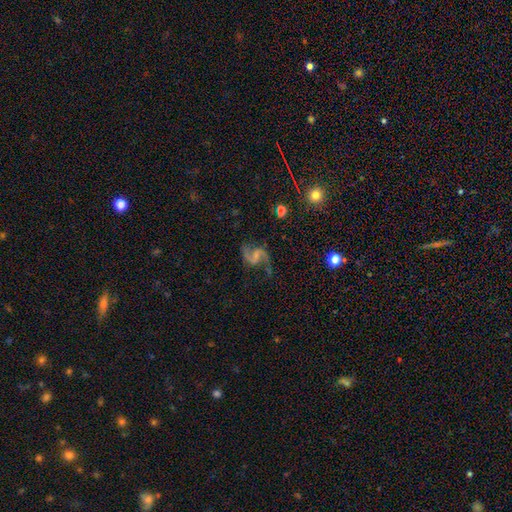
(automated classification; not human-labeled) This is clearly a featured or disk galaxy (89%). It is clearly not viewed edge-on (98%). Bar: possibly weak (49%). Spiral arm pattern: clearly yes (97%). Spiral arm count: clearly 2 (93%). Spiral winding: likely loose (63%). Central bulge: marginally none (44%). Merging: likely none (71%).